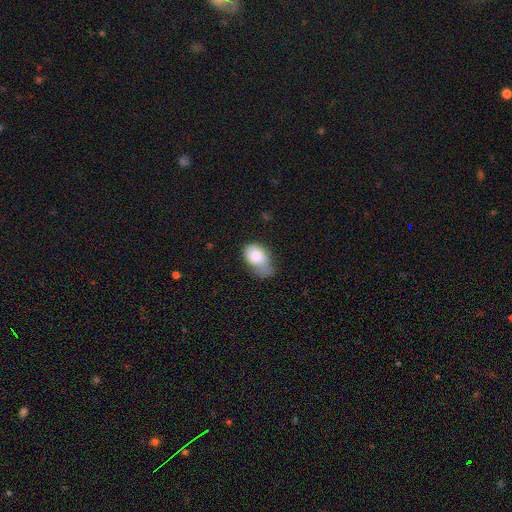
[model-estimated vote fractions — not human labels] Smooth or featured: smooth — 80% (featured or disk — 13%)
How rounded: in between — 82% (round — 17%)
Merging: minor disturbance — 43% (major disturbance — 28%)